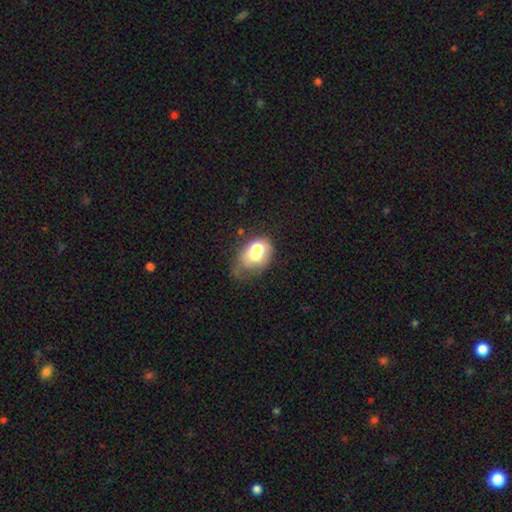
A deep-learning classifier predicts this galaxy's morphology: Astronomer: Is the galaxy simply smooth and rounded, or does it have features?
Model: smooth — 63%.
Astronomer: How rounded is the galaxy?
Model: in between — 64%.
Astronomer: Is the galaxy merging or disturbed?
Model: merger — 28% (runner-up: none, 26%).